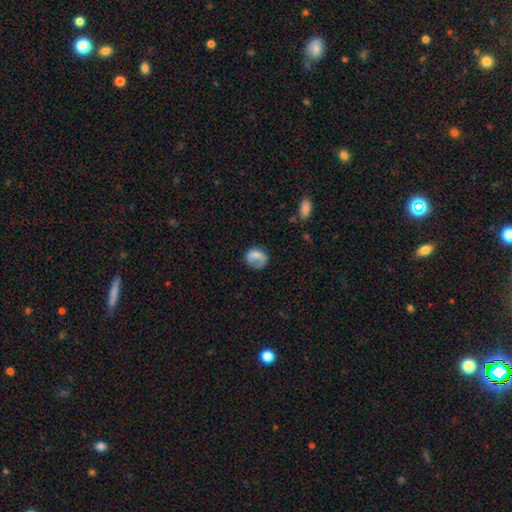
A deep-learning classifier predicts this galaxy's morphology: Smooth or featured? Predicted: smooth (p=0.69). How rounded? Predicted: round (p=0.63). Merging? Predicted: none (p=0.48).